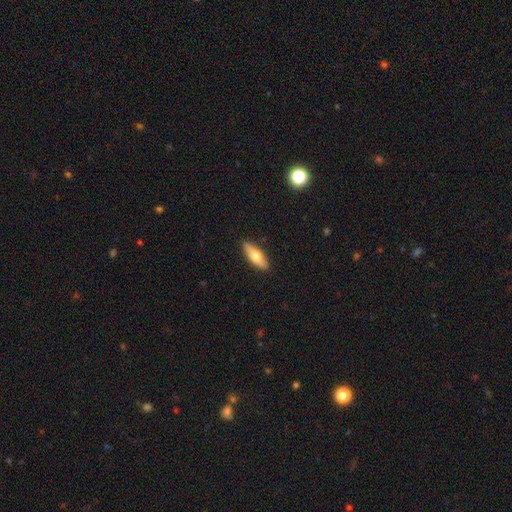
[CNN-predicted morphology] smooth_or_featured: smooth (p=0.64) [alt: featured or disk p=0.30]
how_rounded: in between (p=0.64) [alt: cigar-shaped p=0.34]
merging: none (p=0.89) [alt: minor disturbance p=0.08]